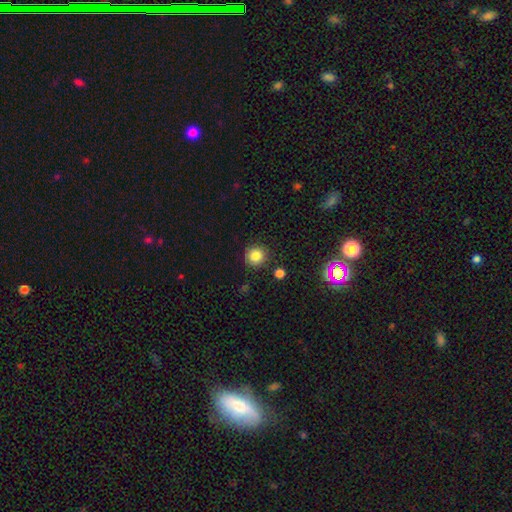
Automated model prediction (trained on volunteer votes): smooth-or-featured: smooth: 82% | star or artifact: 12% | featured or disk: 6%
  how-rounded: round: 93% | in between: 6% | cigar-shaped: 1%
  merging: none: 88% | minor disturbance: 7% | merger: 3% | major disturbance: 2%